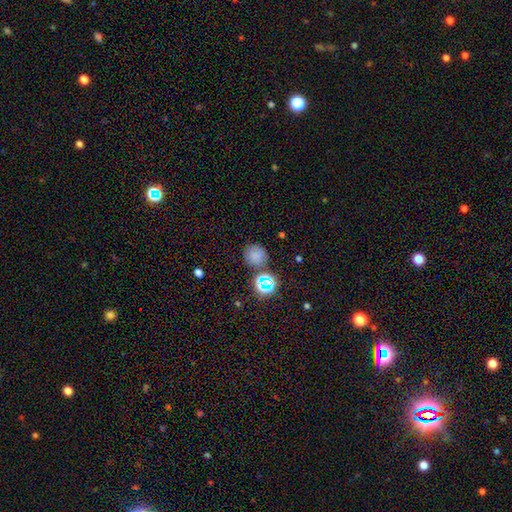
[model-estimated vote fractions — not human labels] Q: Smooth or featured?
A: smooth (71%); runner-up: star or artifact (22%)
Q: How rounded?
A: round (87%); runner-up: in between (12%)
Q: Merging?
A: none (76%); runner-up: minor disturbance (12%)